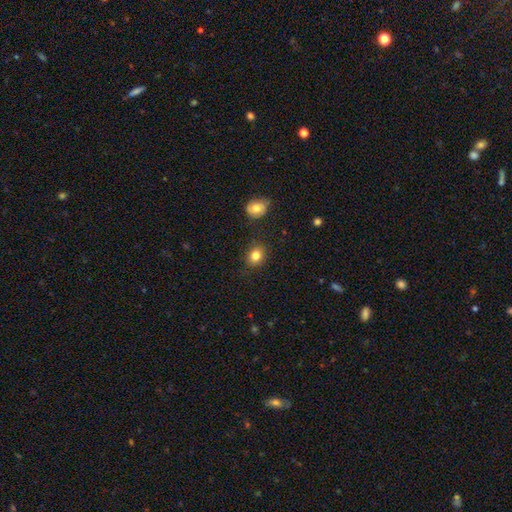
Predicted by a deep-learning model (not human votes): The model was most divided on "how rounded": round: 61%, in between: 38%, cigar-shaped: 1%. More confident: merging — none (84%); smooth or featured — smooth (82%).